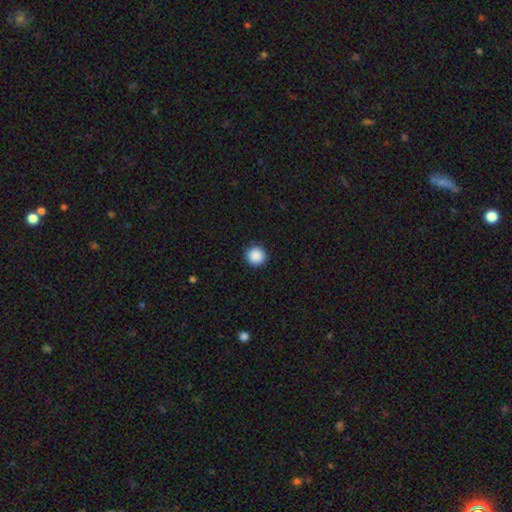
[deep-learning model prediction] The model was most divided on "smooth or featured": smooth: 89%, star or artifact: 9%, featured or disk: 2%. More confident: how rounded — round (96%); merging — none (93%).